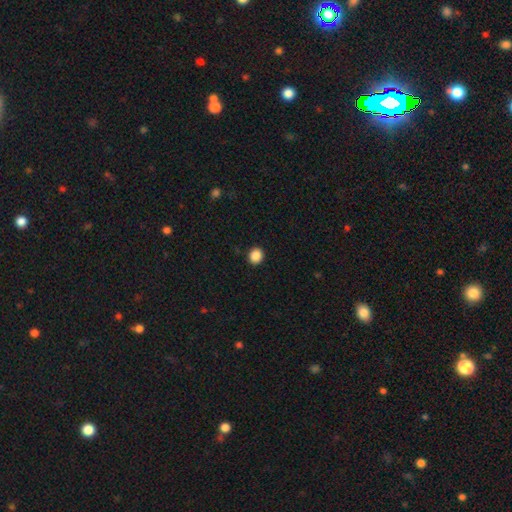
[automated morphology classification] Q: Smooth or featured?
A: smooth (88%); runner-up: star or artifact (9%)
Q: How rounded?
A: round (81%); runner-up: in between (18%)
Q: Merging?
A: none (92%); runner-up: minor disturbance (5%)